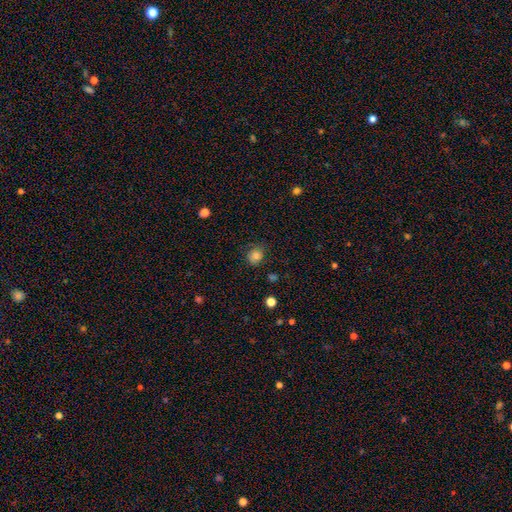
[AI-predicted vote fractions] Smooth or featured? Predicted: smooth (p=0.82). How rounded? Predicted: round (p=0.74). Merging? Predicted: none (p=0.76).